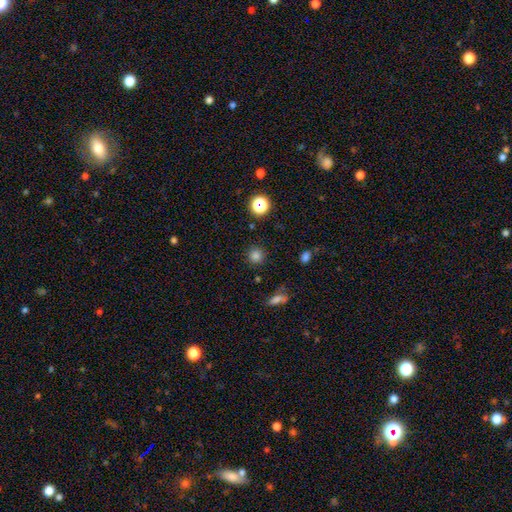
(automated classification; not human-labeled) Smooth or featured?
  - smooth: 79% *
  - star or artifact: 15%
  - featured or disk: 5%
How rounded?
  - round: 94% *
  - in between: 5%
  - cigar-shaped: 1%
Merging?
  - none: 89% *
  - minor disturbance: 7%
  - major disturbance: 3%
  - merger: 2%